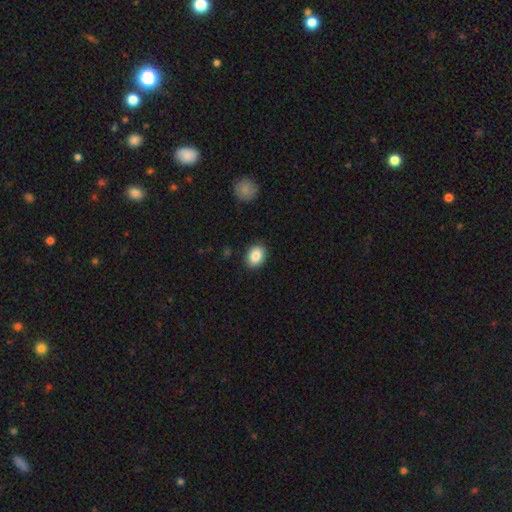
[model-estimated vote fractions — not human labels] This is clearly a smooth galaxy (87%). How rounded: possibly in between (58%). Merging: clearly none (88%).